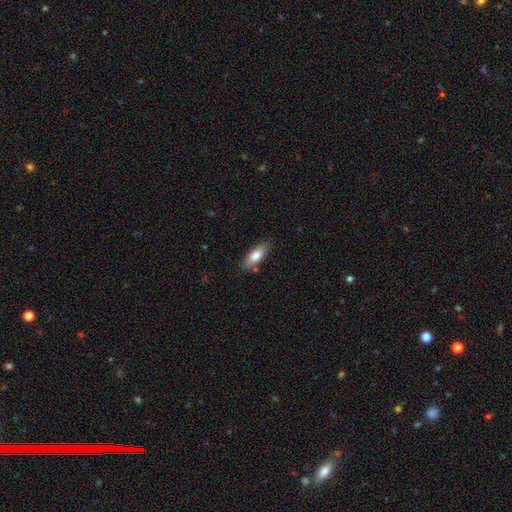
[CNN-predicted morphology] smooth 77%, featured or disk 17%, star or artifact 6%. Down the decision tree: how rounded — in between (68%); merging — none (82%).